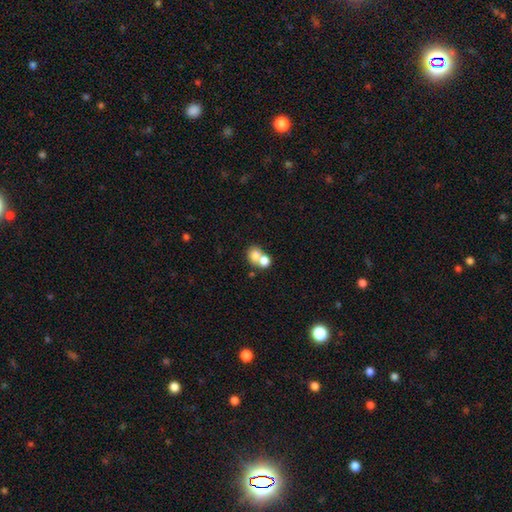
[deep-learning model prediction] A smooth galaxy with no disk features (73%) that is round (60%).

Vote fractions:
- Smooth or featured? smooth: 73% / featured or disk: 16% / star or artifact: 11%
- How rounded? round: 60% / in between: 39% / cigar-shaped: 1%
- Merging? merger: 59% / none: 30% / minor disturbance: 7% / major disturbance: 4%